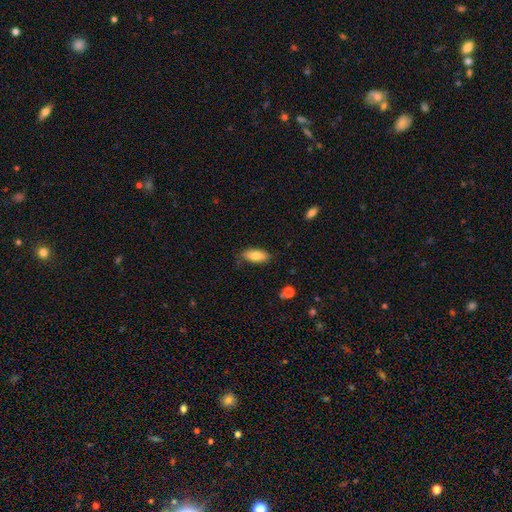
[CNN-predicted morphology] Overall: smooth (82%). How rounded: in between (83%). Merging: none (82%).